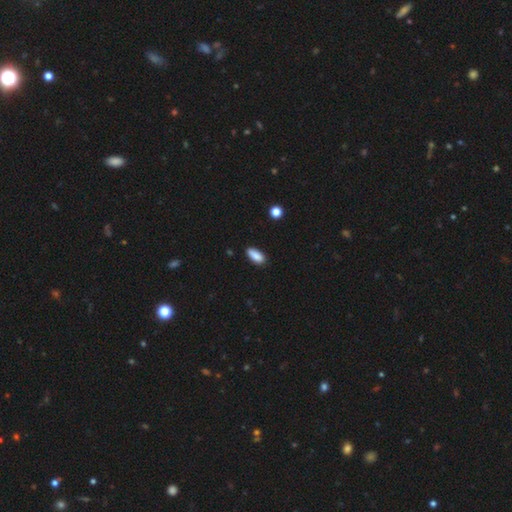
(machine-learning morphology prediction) This appears to be a smooth galaxy with no disk features (87%) that is in between round and cigar-shaped (81%). Merging: none (80%).